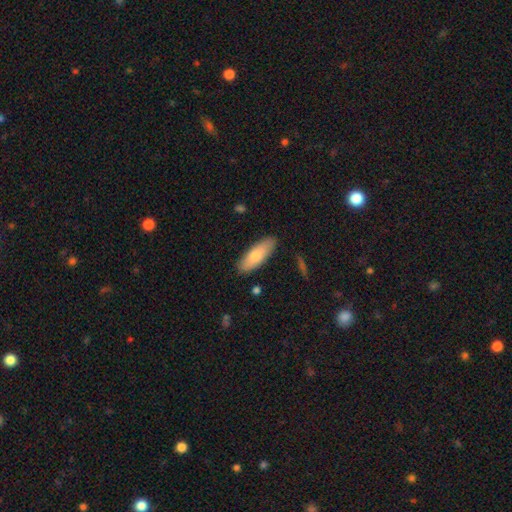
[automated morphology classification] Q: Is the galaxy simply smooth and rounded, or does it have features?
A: smooth — 78%.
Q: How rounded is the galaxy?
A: in between — 66%.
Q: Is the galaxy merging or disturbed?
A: none — 86%.